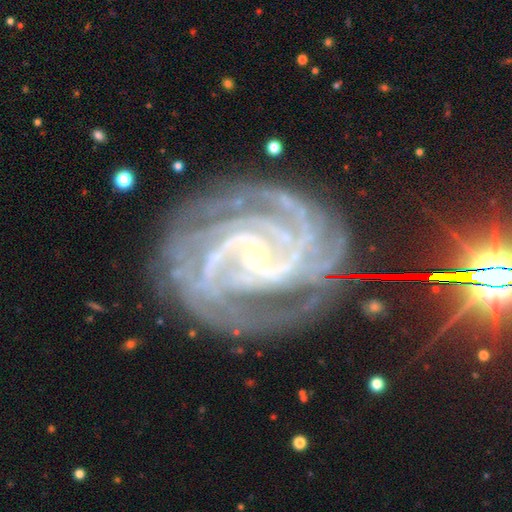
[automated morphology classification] featured or disk 92%, star or artifact 6%, smooth 2%. Down the decision tree: edge-on disk — no (98%); bar — no (39%); spiral arms — yes (99%); spiral arm count — 3 (25%); spiral winding — tight (69%); bulge size — small (81%); merging — none (76%).